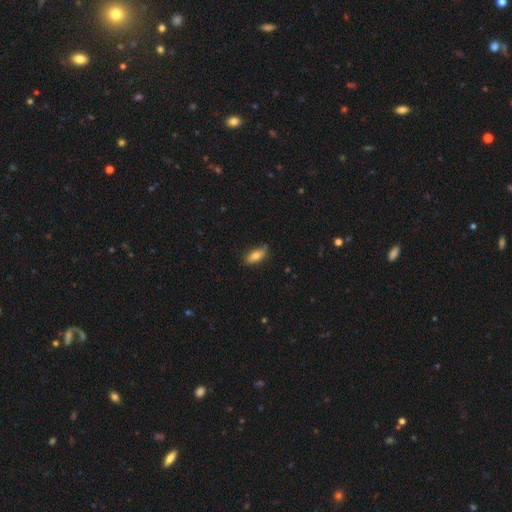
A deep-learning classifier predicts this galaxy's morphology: This appears to be a smooth galaxy with no disk features (76%) that is in between round and cigar-shaped (82%). Merging: none (78%).